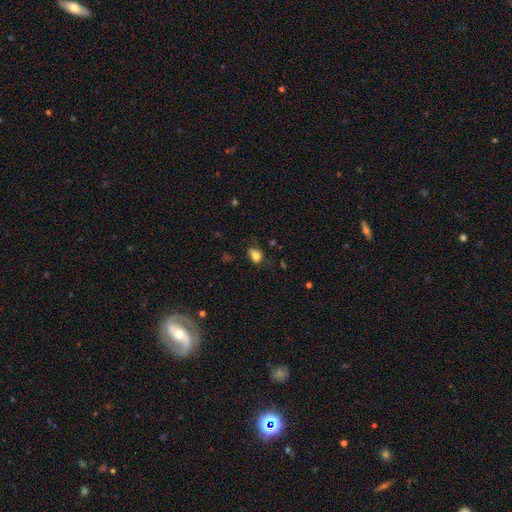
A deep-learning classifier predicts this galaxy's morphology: smooth 81%, star or artifact 11%, featured or disk 8%. Down the decision tree: how rounded — in between (76%); merging — none (59%).